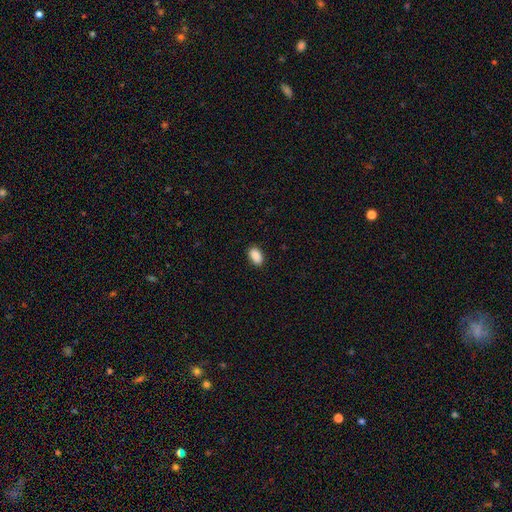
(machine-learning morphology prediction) A smooth galaxy with no disk features (90%) that is in between round and cigar-shaped (92%).

Vote fractions:
- Smooth or featured? smooth: 90% / star or artifact: 7% / featured or disk: 3%
- How rounded? in between: 92% / round: 6% / cigar-shaped: 2%
- Merging? none: 88% / minor disturbance: 9% / major disturbance: 2% / merger: 1%